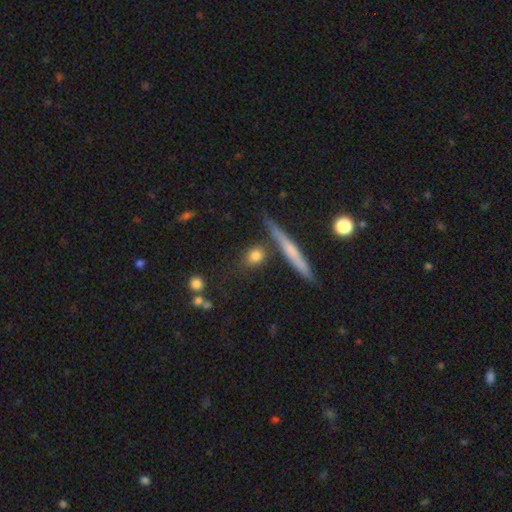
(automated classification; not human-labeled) This is likely a smooth galaxy (78%). How rounded: possibly round (57%). Merging: likely none (76%).